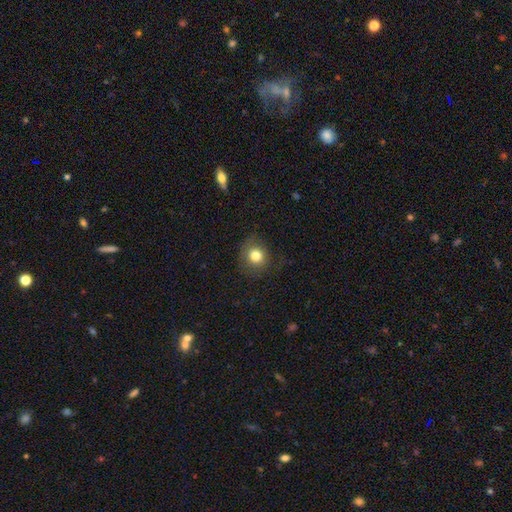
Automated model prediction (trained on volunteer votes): Smooth or featured? Predicted: smooth (p=0.81). How rounded? Predicted: round (p=0.87). Merging? Predicted: none (p=0.80).